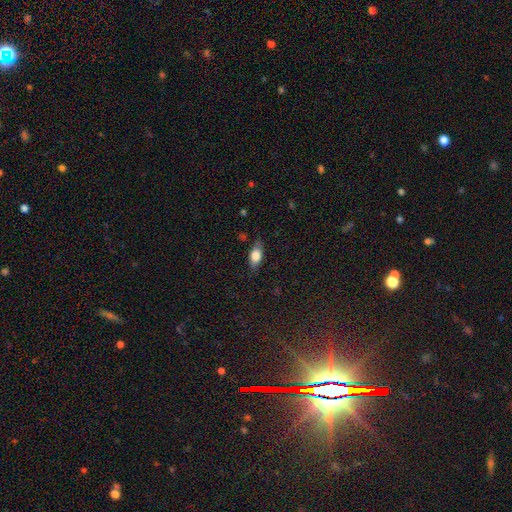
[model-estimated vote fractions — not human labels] Q: Smooth or featured?
A: smooth (73%); runner-up: featured or disk (19%)
Q: How rounded?
A: in between (82%); runner-up: cigar-shaped (13%)
Q: Merging?
A: none (79%); runner-up: minor disturbance (16%)